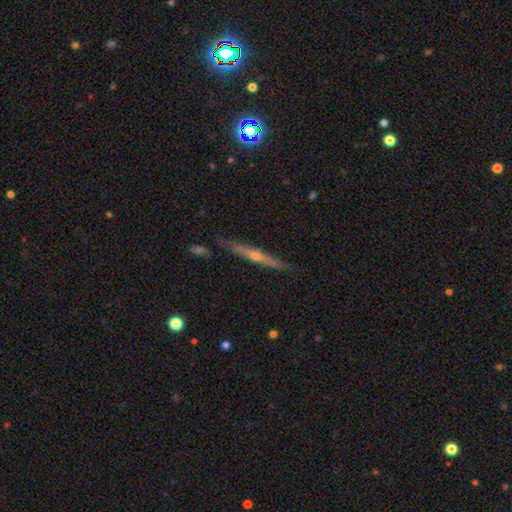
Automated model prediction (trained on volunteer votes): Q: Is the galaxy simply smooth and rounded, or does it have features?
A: featured or disk — 74%.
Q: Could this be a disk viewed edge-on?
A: yes — 97%.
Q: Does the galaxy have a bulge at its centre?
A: rounded — 81%.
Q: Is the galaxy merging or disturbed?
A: none — 87%.